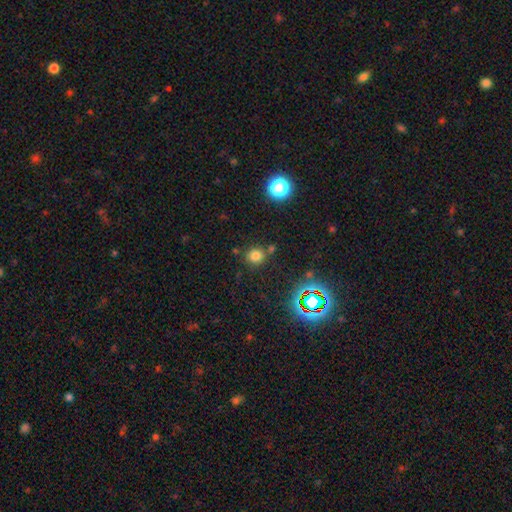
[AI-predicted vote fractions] Q: Smooth or featured?
A: smooth (72%); runner-up: star or artifact (21%)
Q: How rounded?
A: round (85%); runner-up: in between (14%)
Q: Merging?
A: none (75%); runner-up: merger (11%)